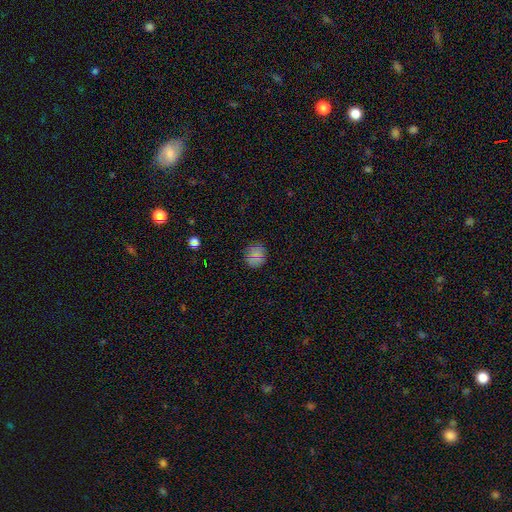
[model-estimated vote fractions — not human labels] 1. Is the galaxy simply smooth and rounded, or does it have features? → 71% smooth, 23% star or artifact, 6% featured or disk.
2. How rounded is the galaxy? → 84% round, 15% in between, 1% cigar-shaped.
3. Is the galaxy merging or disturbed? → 85% none, 10% minor disturbance, 3% major disturbance, 2% merger.